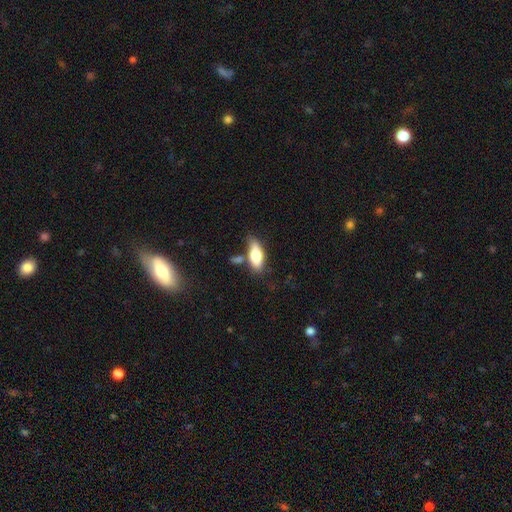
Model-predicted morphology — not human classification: Q: Smooth or featured?
A: smooth (72%); runner-up: featured or disk (22%)
Q: How rounded?
A: in between (83%); runner-up: cigar-shaped (14%)
Q: Merging?
A: none (51%); runner-up: minor disturbance (23%)